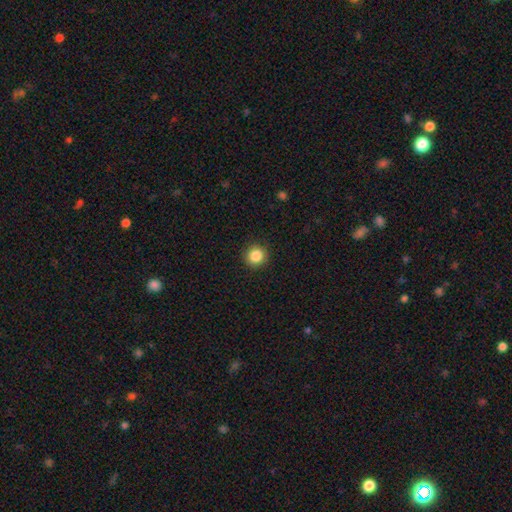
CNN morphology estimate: The model was most divided on "smooth or featured": smooth: 86%, star or artifact: 10%, featured or disk: 4%. More confident: how rounded — round (94%); merging — none (92%).